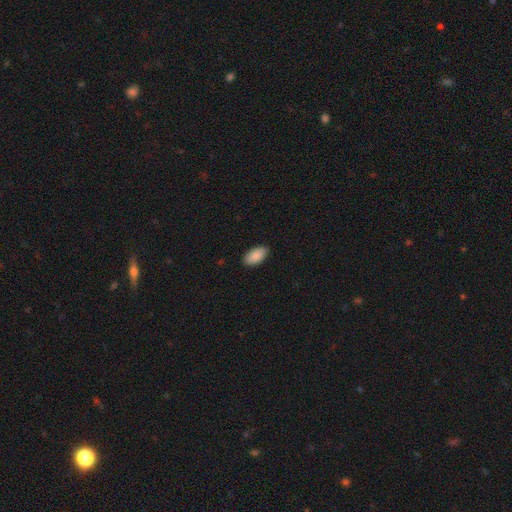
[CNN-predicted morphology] smooth-or-featured: smooth: 90% | star or artifact: 6% | featured or disk: 4%
  how-rounded: in between: 95% | cigar-shaped: 3% | round: 2%
  merging: none: 89% | minor disturbance: 8% | major disturbance: 2% | merger: 1%